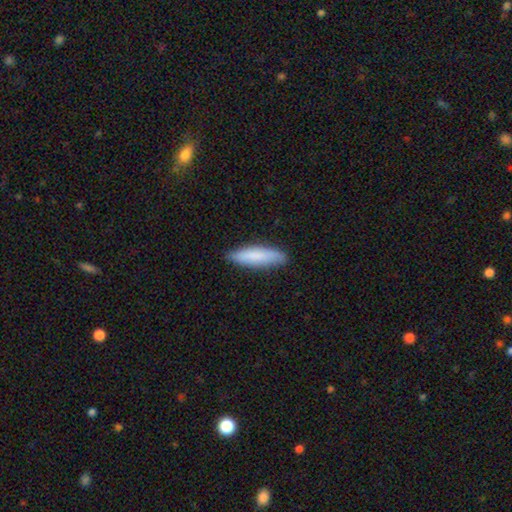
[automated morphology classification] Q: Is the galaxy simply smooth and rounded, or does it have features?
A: smooth — 81%.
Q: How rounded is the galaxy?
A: cigar-shaped — 73%.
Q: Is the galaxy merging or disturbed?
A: none — 85%.